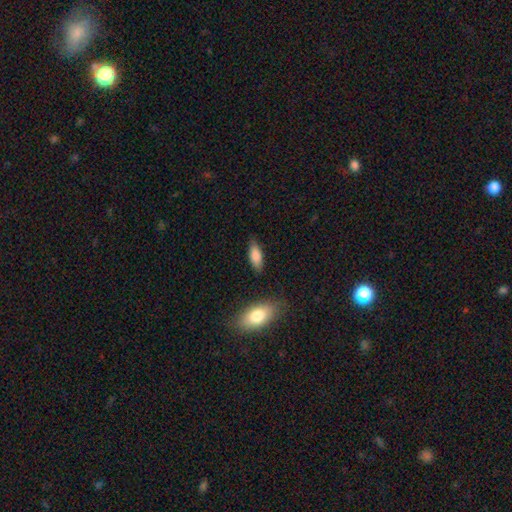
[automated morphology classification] Smooth or featured?
  - smooth: 84% *
  - featured or disk: 10%
  - star or artifact: 7%
How rounded?
  - in between: 74% *
  - cigar-shaped: 24%
  - round: 2%
Merging?
  - none: 80% *
  - minor disturbance: 14%
  - major disturbance: 3%
  - merger: 2%